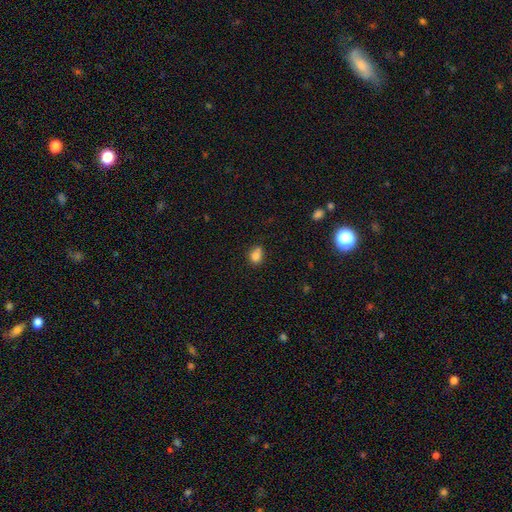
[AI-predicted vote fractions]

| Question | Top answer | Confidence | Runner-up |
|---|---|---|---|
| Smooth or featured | smooth | 81% | star or artifact (11%) |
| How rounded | round | 51% | in between (48%) |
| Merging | none | 55% | minor disturbance (24%) |